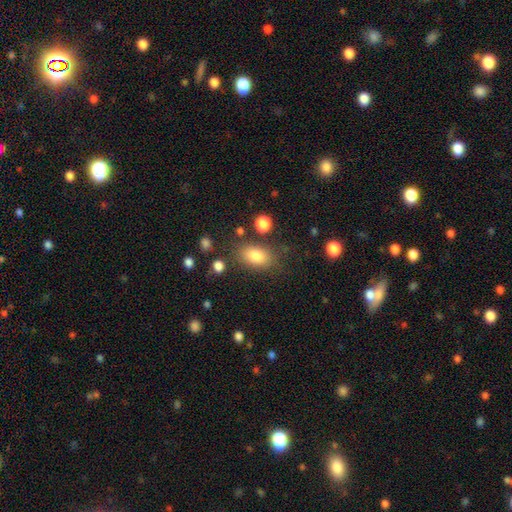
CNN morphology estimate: A smooth galaxy with no disk features (81%) that is in between round and cigar-shaped (85%). Merging: none (76%).